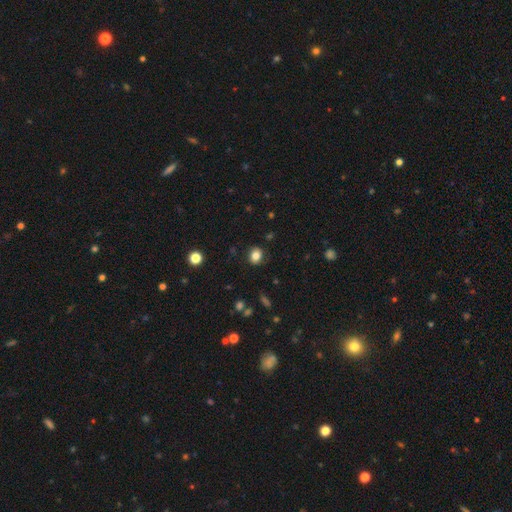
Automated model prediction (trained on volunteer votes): This appears to be a smooth galaxy with no disk features (83%) that is round (60%). Merging: none (87%).